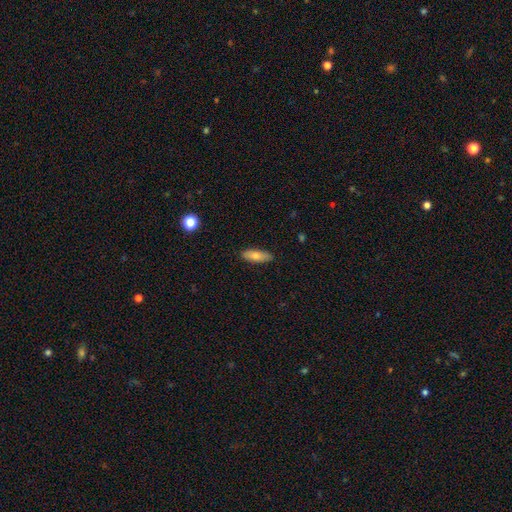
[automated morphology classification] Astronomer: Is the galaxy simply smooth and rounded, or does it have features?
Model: smooth — 75%.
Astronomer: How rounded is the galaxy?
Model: in between — 60% (runner-up: cigar-shaped, 37%).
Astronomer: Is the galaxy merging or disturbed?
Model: none — 87%.